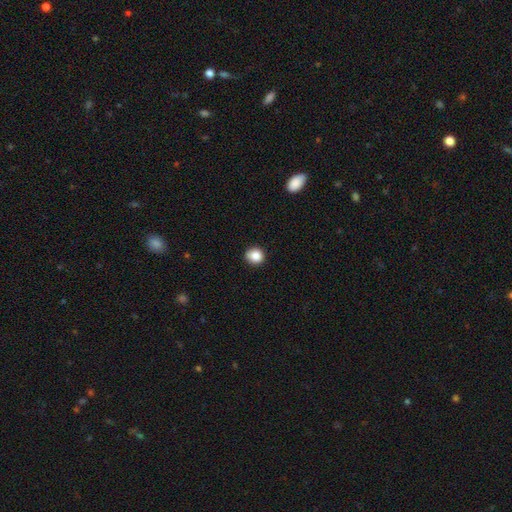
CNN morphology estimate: A smooth galaxy with no disk features (85%) that is round (88%).

Vote fractions:
- Smooth or featured? smooth: 85% / star or artifact: 10% / featured or disk: 5%
- How rounded? round: 88% / in between: 11% / cigar-shaped: 1%
- Merging? none: 82% / minor disturbance: 14% / major disturbance: 2% / merger: 1%